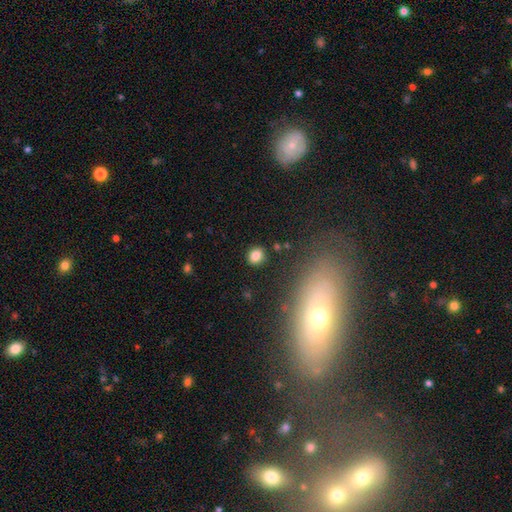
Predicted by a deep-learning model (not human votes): smooth_or_featured: smooth (p=0.82) [alt: star or artifact p=0.12]
how_rounded: round (p=0.73) [alt: in between p=0.26]
merging: none (p=0.87) [alt: minor disturbance p=0.08]